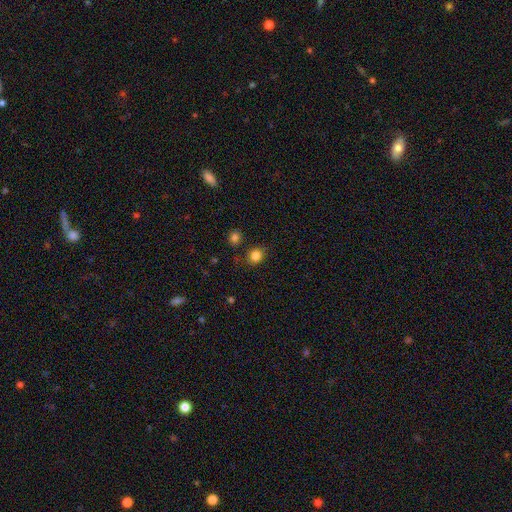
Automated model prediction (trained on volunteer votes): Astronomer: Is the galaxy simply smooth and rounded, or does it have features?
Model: smooth — 84%.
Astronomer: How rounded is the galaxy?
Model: round — 78%.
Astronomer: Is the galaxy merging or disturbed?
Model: none — 81%.